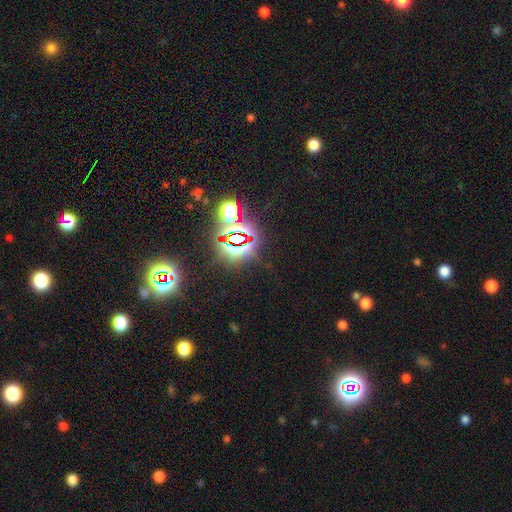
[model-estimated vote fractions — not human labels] This appears to be a star or artifact, not a galaxy (80%).